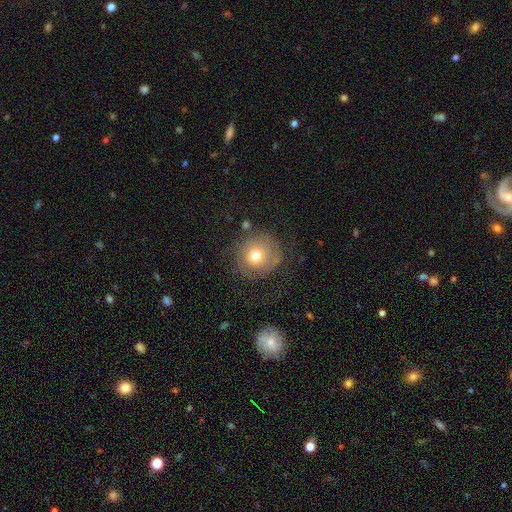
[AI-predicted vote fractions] This appears to be a smooth galaxy with no disk features (62%) that is round (91%). Merging: none (68%).